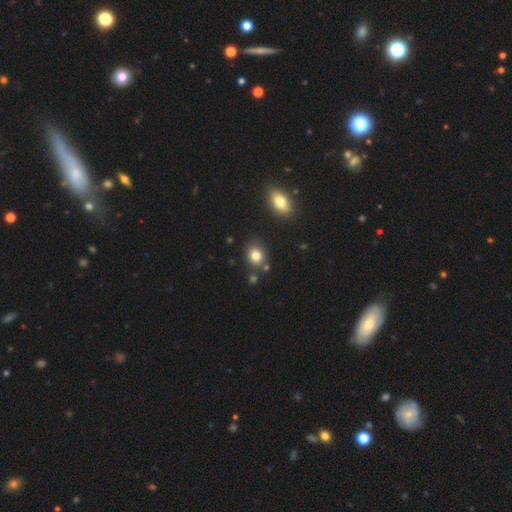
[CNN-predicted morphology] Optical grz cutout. It shows a smooth galaxy with no disk features (81%) that is round (58%). Merging: none (77%).